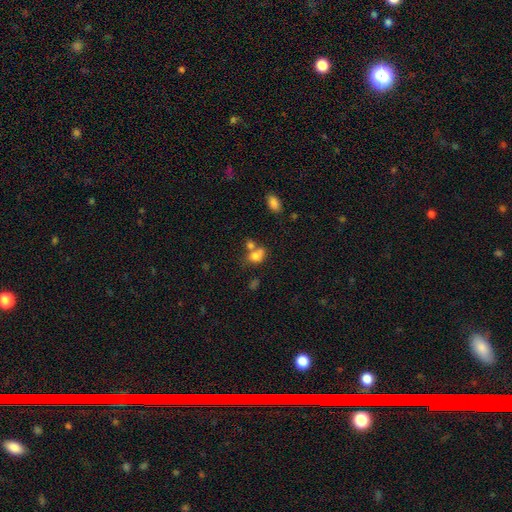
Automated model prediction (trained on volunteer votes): This appears to be a smooth galaxy with no disk features (76%) that is in between round and cigar-shaped (67%). Merging: merger (45%).